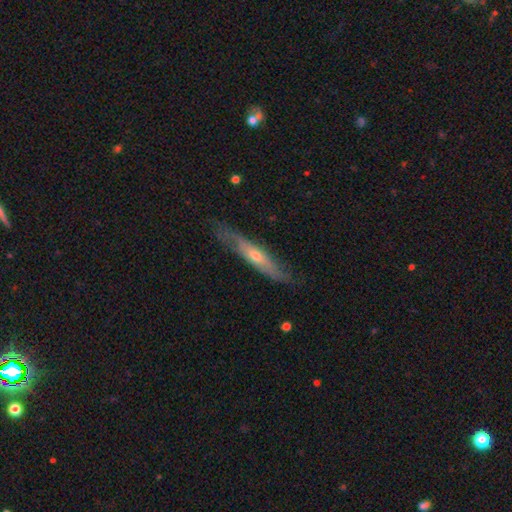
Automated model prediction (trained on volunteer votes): The model was most divided on "smooth or featured": featured or disk: 59%, smooth: 35%, star or artifact: 6%. More confident: merging — none (70%); edge-on disk — yes (65%).